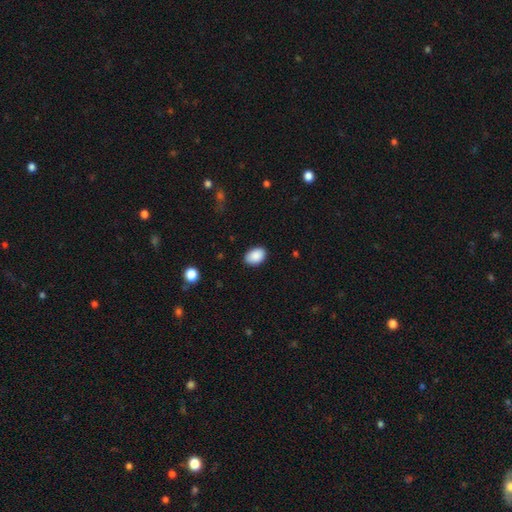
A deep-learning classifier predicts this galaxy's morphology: type=smooth (90%); roundness=in between (86%); merging=none (86%).